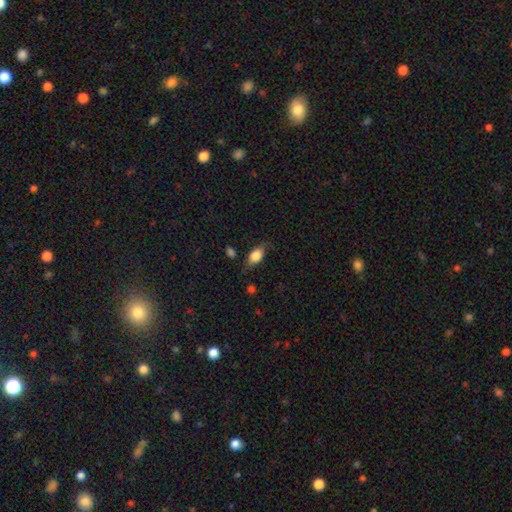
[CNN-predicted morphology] Smooth or featured? smooth (70%)
How rounded? in between (82%)
Merging? none (65%)